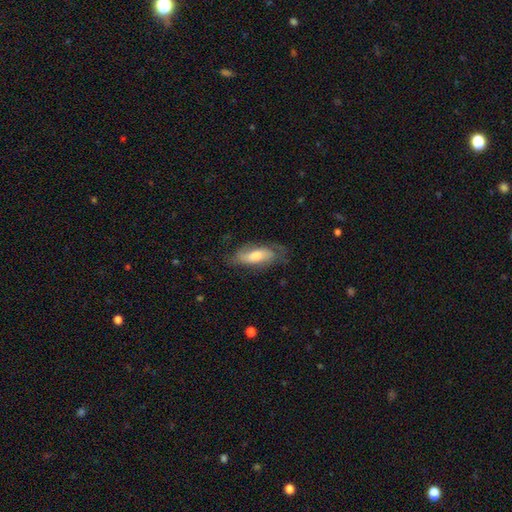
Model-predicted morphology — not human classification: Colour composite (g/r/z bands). It shows a featured or disk galaxy (50%). Merging: none (64%).